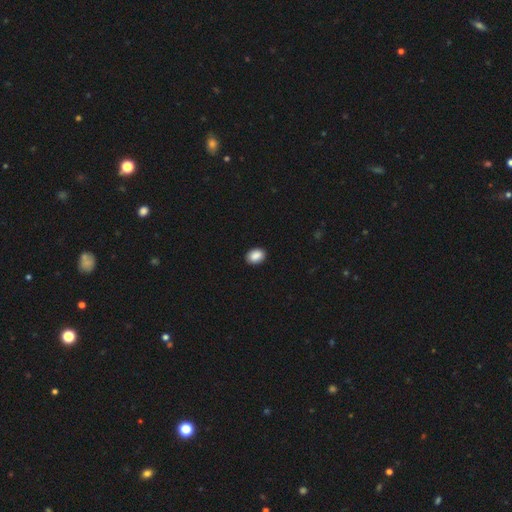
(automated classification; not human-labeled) Smooth or featured?
  - smooth: 89% *
  - star or artifact: 7%
  - featured or disk: 3%
How rounded?
  - in between: 73% *
  - round: 26%
  - cigar-shaped: 1%
Merging?
  - none: 90% *
  - minor disturbance: 7%
  - major disturbance: 2%
  - merger: 1%